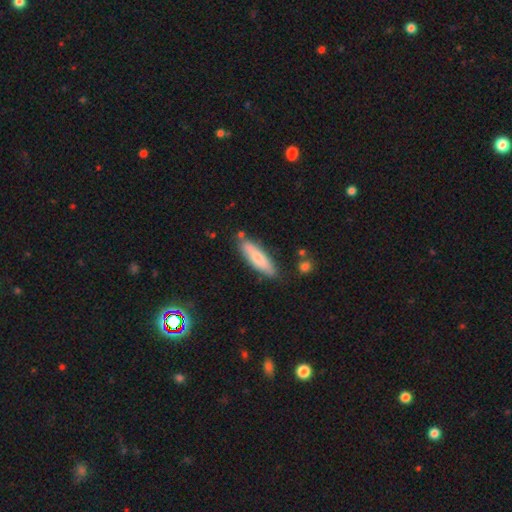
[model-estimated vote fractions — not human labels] smooth-or-featured: smooth: 68% | featured or disk: 25% | star or artifact: 7%
  how-rounded: cigar-shaped: 65% | in between: 33% | round: 2%
  merging: none: 80% | minor disturbance: 14% | merger: 4% | major disturbance: 3%